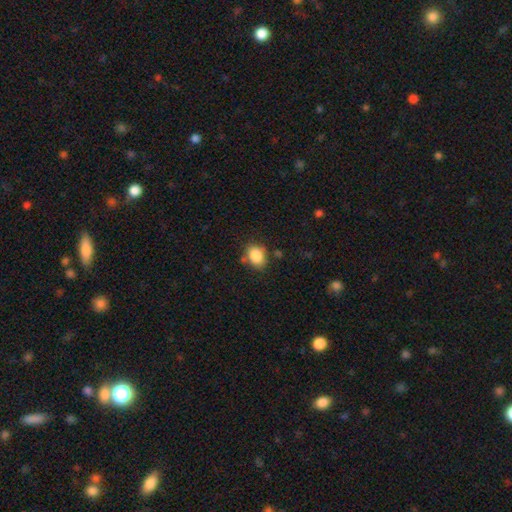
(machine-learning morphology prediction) Smooth or featured: smooth — 85% (star or artifact — 9%)
How rounded: in between — 63% (round — 36%)
Merging: none — 70% (minor disturbance — 18%)